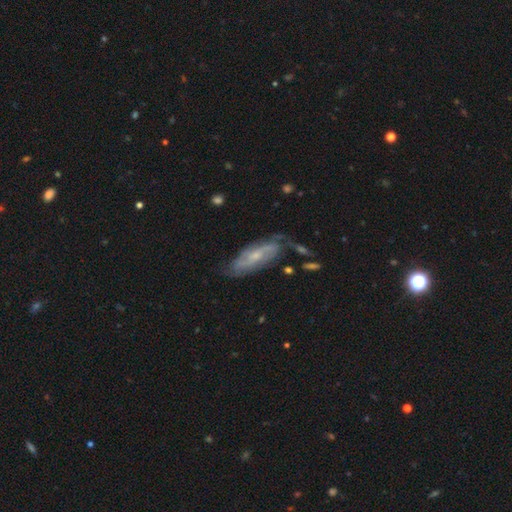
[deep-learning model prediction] Smooth or featured? Predicted: featured or disk (p=0.71). Edge-on disk? Predicted: no (p=0.83). Bar? Predicted: no (p=0.53). Spiral arms? Predicted: yes (p=0.88). Spiral winding? Predicted: tight (p=0.43). Spiral arm count? Predicted: 2 (p=0.49). Bulge size? Predicted: small (p=0.64). Merging? Predicted: none (p=0.62).